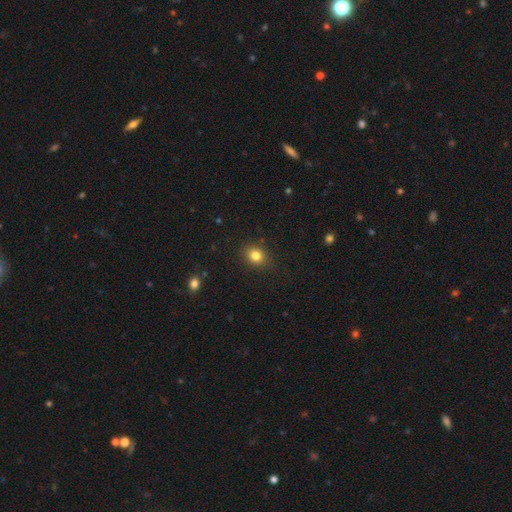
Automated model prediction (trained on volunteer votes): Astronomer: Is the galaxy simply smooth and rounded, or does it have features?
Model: smooth — 82%.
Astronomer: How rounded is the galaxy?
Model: round — 58% (runner-up: in between, 41%).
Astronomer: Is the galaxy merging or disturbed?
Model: none — 88%.